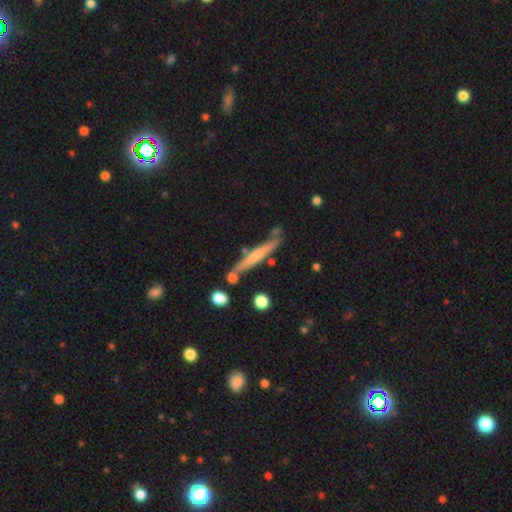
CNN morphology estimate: A featured or disk galaxy (50%) viewed edge-on (94%). Merging: none (78%).